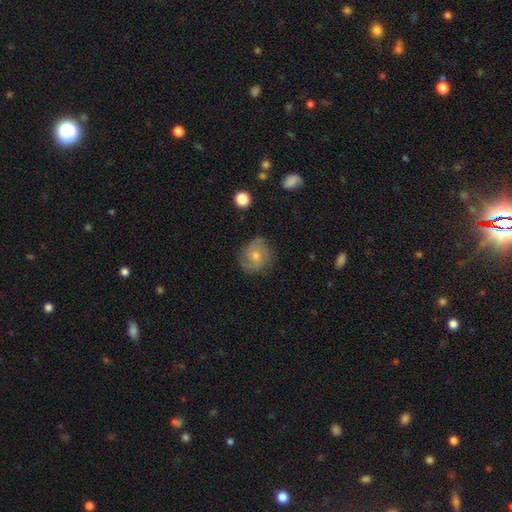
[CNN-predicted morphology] A featured or disk galaxy (63%) with no bar (72%), 2 (46%) medium (42%) spiral arms (90%) and a moderate central bulge (51%).

Vote fractions:
- Smooth or featured? featured or disk: 63% / smooth: 26% / star or artifact: 11%
- Edge-on disk? no: 97% / yes: 3%
- Bar? no: 72% / weak: 24% / strong: 4%
- Spiral arms? yes: 90% / no: 10%
- Spiral winding? medium: 42% / tight: 41% / loose: 16%
- Spiral arm count? 2: 46% / can't tell: 22% / 3: 20% / 4: 5% / 1: 4% / more than 4: 4%
- Bulge size? moderate: 51% / small: 44% / large: 2% / none: 2% / dominant: 1%
- Merging? none: 79% / minor disturbance: 15% / major disturbance: 5% / merger: 1%